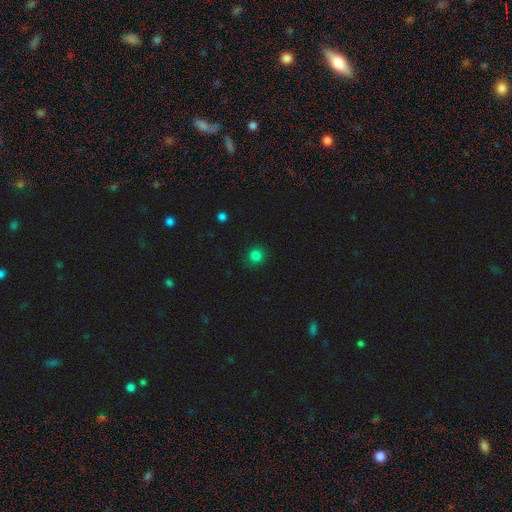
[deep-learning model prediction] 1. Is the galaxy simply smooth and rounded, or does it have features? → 82% smooth, 15% star or artifact, 3% featured or disk.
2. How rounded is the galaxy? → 92% round, 7% in between, 1% cigar-shaped.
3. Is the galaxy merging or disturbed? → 89% none, 7% minor disturbance, 2% major disturbance, 1% merger.